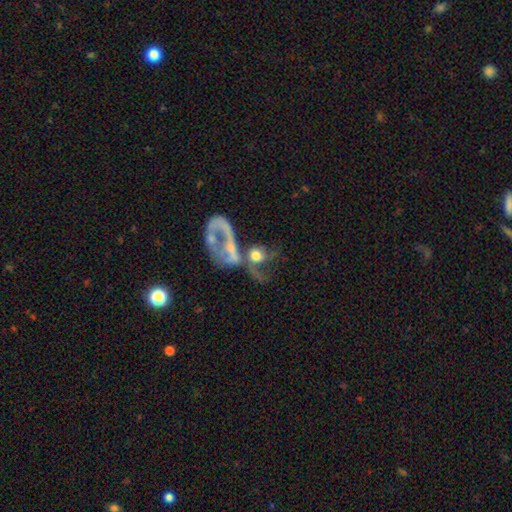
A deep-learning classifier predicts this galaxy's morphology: Q: Smooth or featured?
A: featured or disk (49%); runner-up: smooth (39%)
Q: Merging?
A: merger (53%); runner-up: major disturbance (25%)